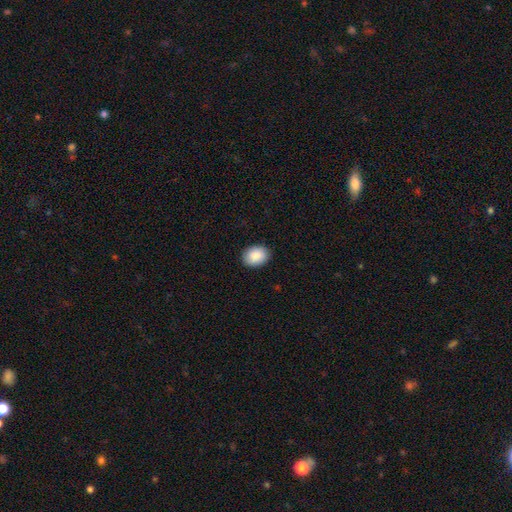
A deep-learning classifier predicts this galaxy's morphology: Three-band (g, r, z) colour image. It shows a smooth galaxy with no disk features (89%) that is in between round and cigar-shaped (73%). Merging: none (89%).